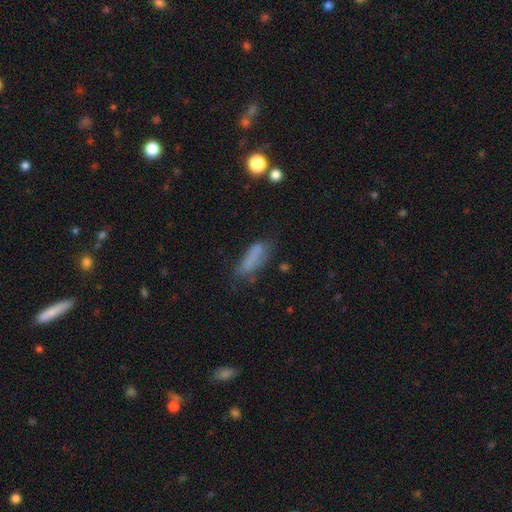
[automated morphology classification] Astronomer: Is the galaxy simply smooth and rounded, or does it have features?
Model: smooth — 69%.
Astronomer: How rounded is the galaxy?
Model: in between — 55% (runner-up: cigar-shaped, 42%).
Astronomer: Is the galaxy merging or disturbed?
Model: none — 49% (runner-up: minor disturbance, 29%).